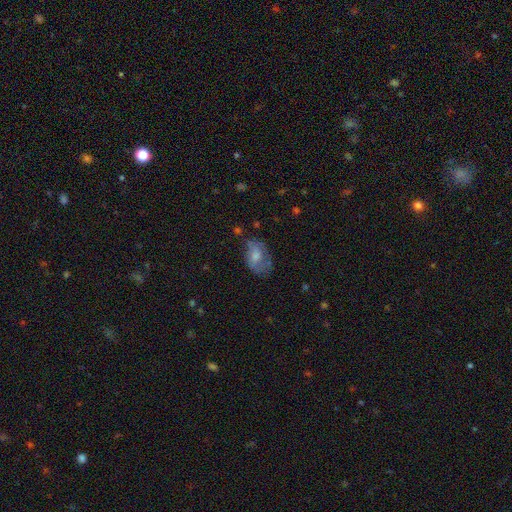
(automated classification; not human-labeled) smooth 60%, featured or disk 32%, star or artifact 8%. Down the decision tree: how rounded — in between (84%); merging — none (41%).